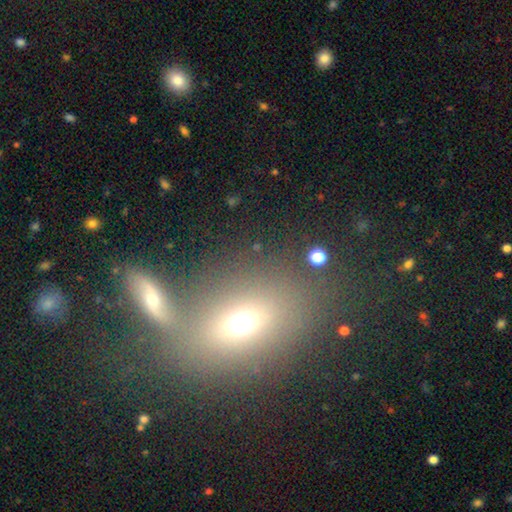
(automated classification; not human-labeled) Smooth or featured? smooth (59%)
How rounded? in between (69%)
Merging? none (55%)